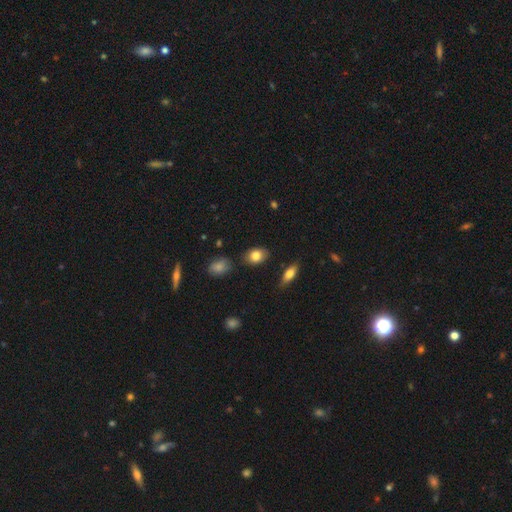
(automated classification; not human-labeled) smooth_or_featured: smooth (p=0.83) [alt: featured or disk p=0.09]
how_rounded: in between (p=0.77) [alt: round p=0.22]
merging: none (p=0.82) [alt: minor disturbance p=0.13]